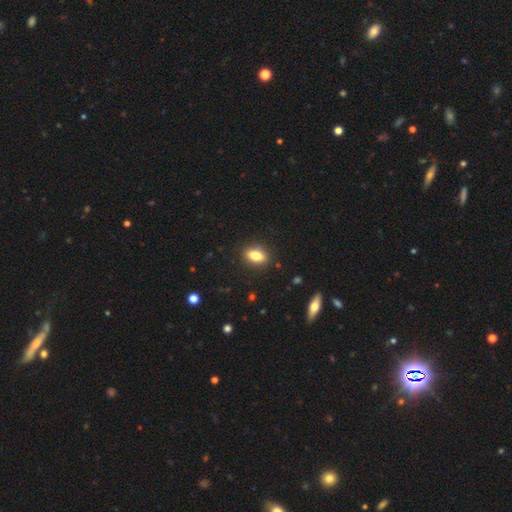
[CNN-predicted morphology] Smooth or featured? Predicted: smooth (p=0.81). How rounded? Predicted: in between (p=0.82). Merging? Predicted: none (p=0.87).